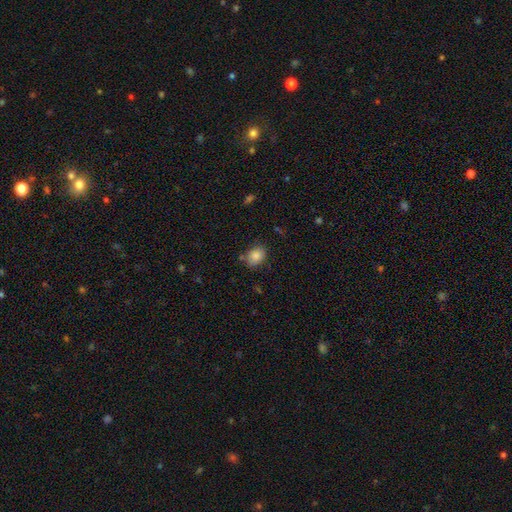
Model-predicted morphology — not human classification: A smooth galaxy with no disk features (86%) that is in between round and cigar-shaped (66%).

Vote fractions:
- Smooth or featured? smooth: 86% / star or artifact: 8% / featured or disk: 6%
- How rounded? in between: 66% / round: 33% / cigar-shaped: 1%
- Merging? none: 75% / minor disturbance: 17% / merger: 5% / major disturbance: 4%